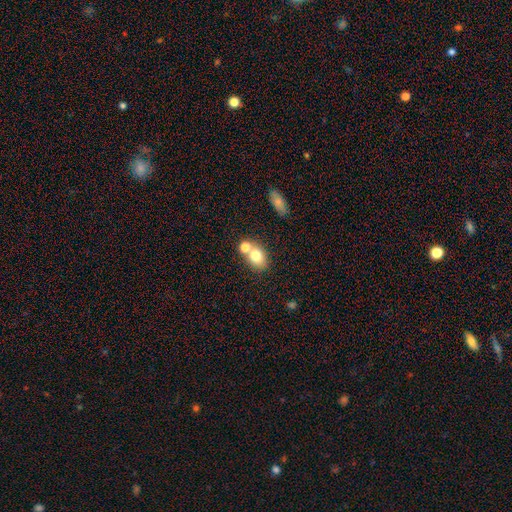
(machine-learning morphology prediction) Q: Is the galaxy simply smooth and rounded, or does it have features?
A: smooth — 74%.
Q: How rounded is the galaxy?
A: in between — 60%.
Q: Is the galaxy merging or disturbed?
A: none — 47%.